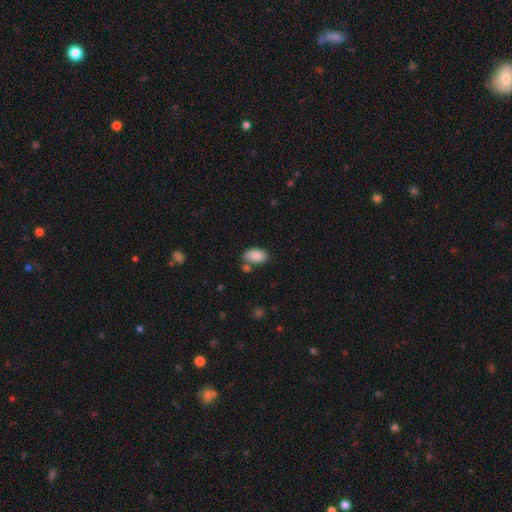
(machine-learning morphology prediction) The model was most divided on "merging": none: 67%, minor disturbance: 15%, merger: 13%, major disturbance: 4%. More confident: how rounded — in between (94%); smooth or featured — smooth (88%).